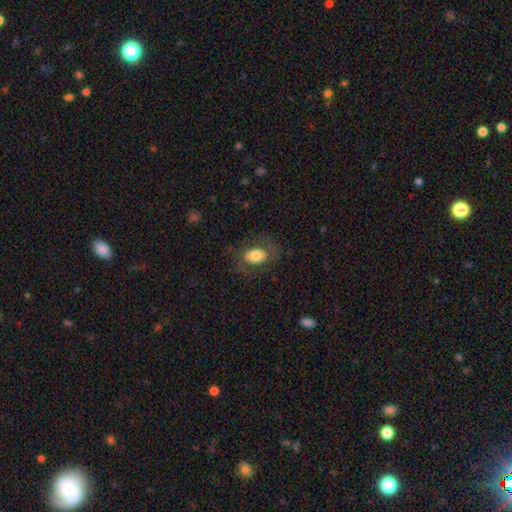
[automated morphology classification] Q: Smooth or featured?
A: smooth (70%); runner-up: featured or disk (22%)
Q: How rounded?
A: in between (82%); runner-up: round (16%)
Q: Merging?
A: none (71%); runner-up: minor disturbance (16%)